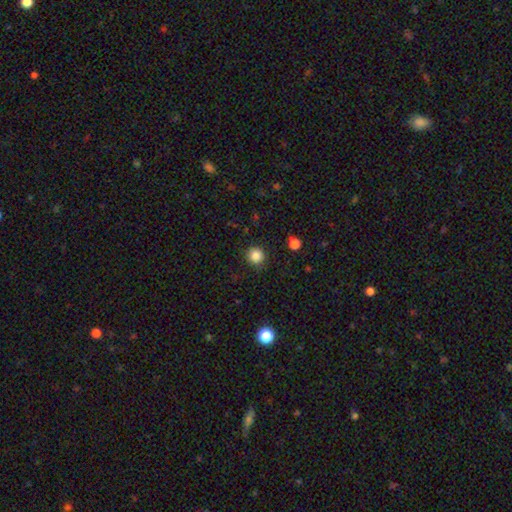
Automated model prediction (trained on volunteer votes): smooth-or-featured: smooth: 85% | star or artifact: 11% | featured or disk: 4%
  how-rounded: round: 94% | in between: 5% | cigar-shaped: 1%
  merging: none: 89% | minor disturbance: 7% | major disturbance: 2% | merger: 1%